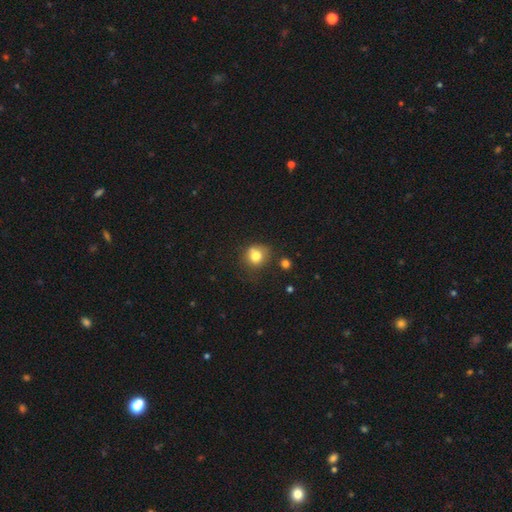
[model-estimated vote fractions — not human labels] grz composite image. It shows a smooth galaxy with no disk features (79%) that is round (80%). Merging: none (66%).